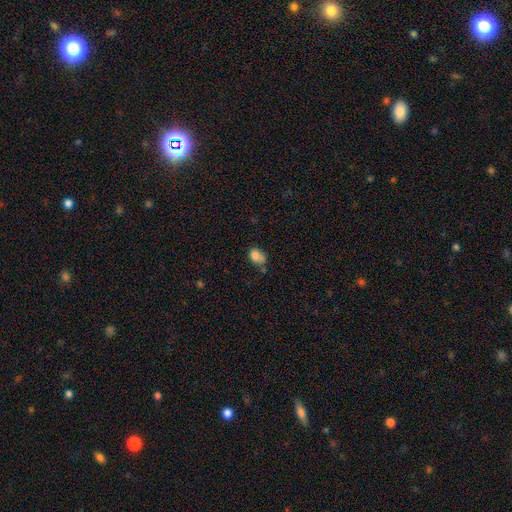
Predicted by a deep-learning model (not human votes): Overall: smooth (78%). How rounded: in between (66%; round 33%). Merging: none (39%; minor disturbance 28%).